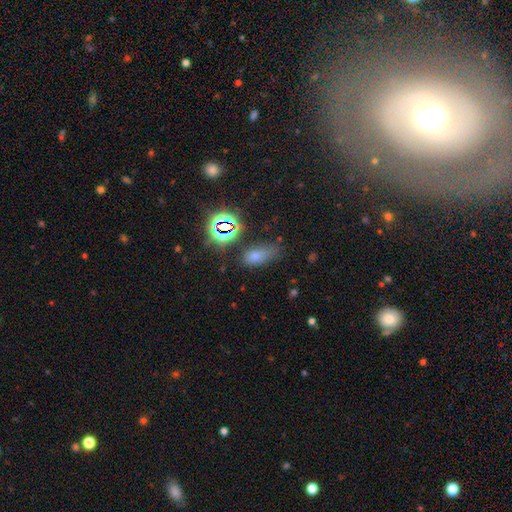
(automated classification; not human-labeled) Smooth or featured? Predicted: smooth (p=0.53). How rounded? Predicted: in between (p=0.76). Merging? Predicted: none (p=0.66).